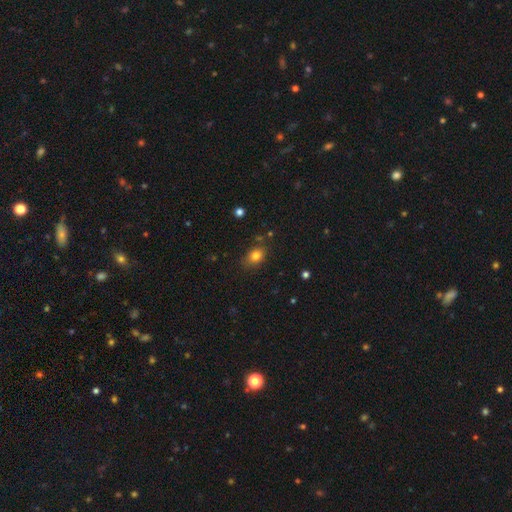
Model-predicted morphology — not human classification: Smooth or featured? smooth (81%)
How rounded? in between (70%)
Merging? none (76%)